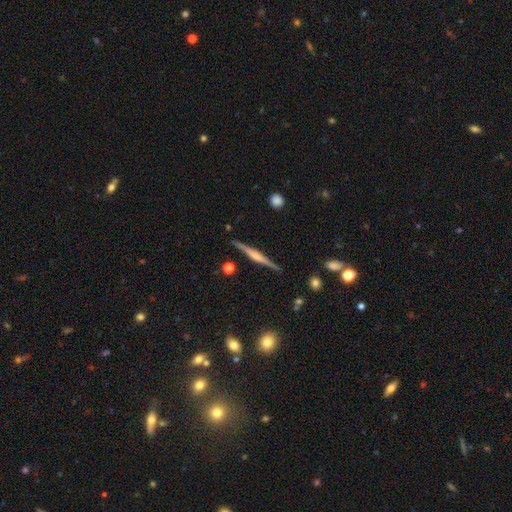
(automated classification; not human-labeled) A featured or disk galaxy (75%) viewed edge-on (98%) with a rounded central bulge (56%).

Vote fractions:
- Smooth or featured? featured or disk: 75% / smooth: 19% / star or artifact: 6%
- Edge-on disk? yes: 98% / no: 2%
- Edge-on bulge? rounded: 56% / boxy: 29% / none: 15%
- Merging? none: 90% / minor disturbance: 7% / major disturbance: 1% / merger: 1%